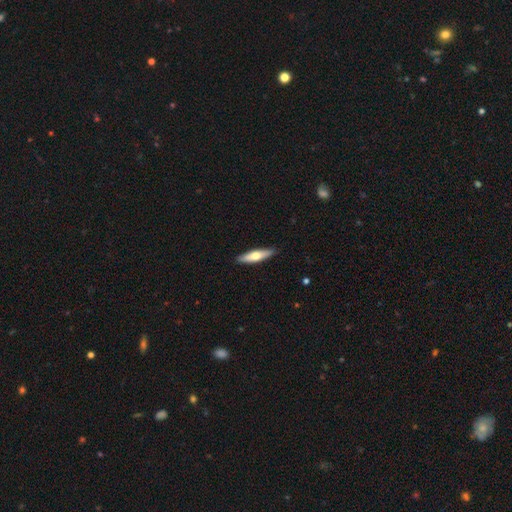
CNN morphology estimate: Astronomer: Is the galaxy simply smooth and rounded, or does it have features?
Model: smooth — 54% (runner-up: featured or disk, 41%).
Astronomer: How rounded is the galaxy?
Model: cigar-shaped — 71%.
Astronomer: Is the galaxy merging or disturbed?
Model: none — 90%.